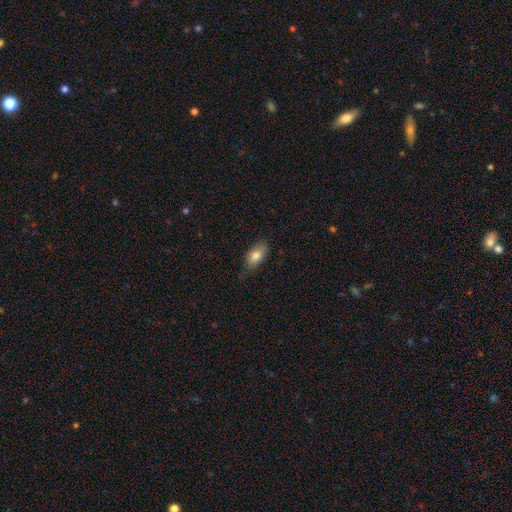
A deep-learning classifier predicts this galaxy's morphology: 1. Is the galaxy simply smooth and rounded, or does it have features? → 80% smooth, 12% featured or disk, 7% star or artifact.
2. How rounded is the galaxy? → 90% in between, 5% round, 5% cigar-shaped.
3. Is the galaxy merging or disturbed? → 70% none, 24% minor disturbance, 5% major disturbance, 1% merger.